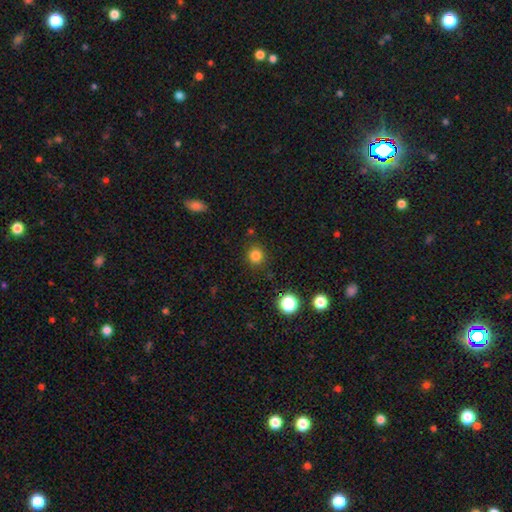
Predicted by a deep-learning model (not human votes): smooth_or_featured: smooth (p=0.82) [alt: star or artifact p=0.14]
how_rounded: round (p=0.91) [alt: in between p=0.08]
merging: none (p=0.89) [alt: minor disturbance p=0.07]